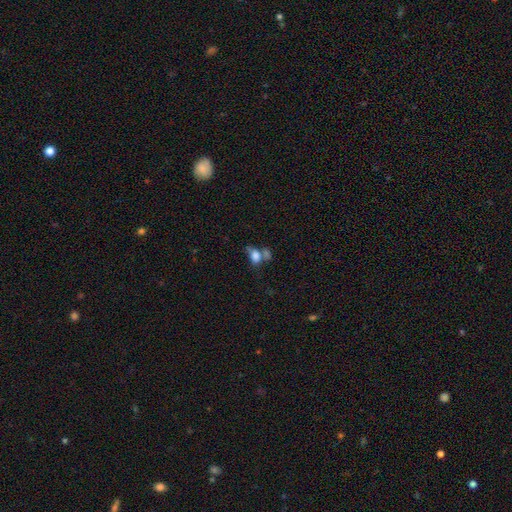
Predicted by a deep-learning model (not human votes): Q: Smooth or featured?
A: smooth (76%); runner-up: featured or disk (13%)
Q: How rounded?
A: in between (77%); runner-up: round (19%)
Q: Merging?
A: merger (45%); runner-up: none (30%)